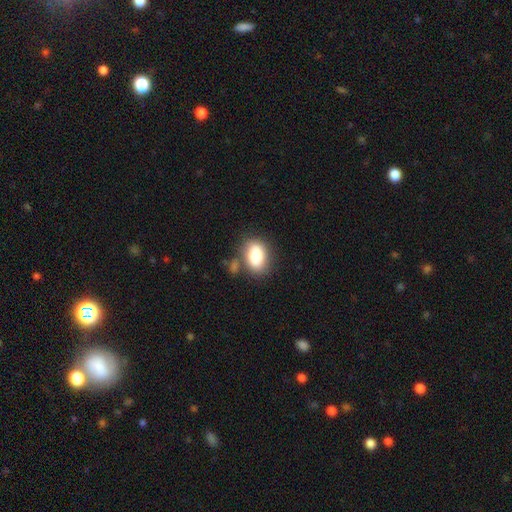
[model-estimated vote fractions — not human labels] Smooth or featured: smooth — 79% (featured or disk — 13%)
How rounded: in between — 80% (round — 18%)
Merging: none — 67% (minor disturbance — 16%)